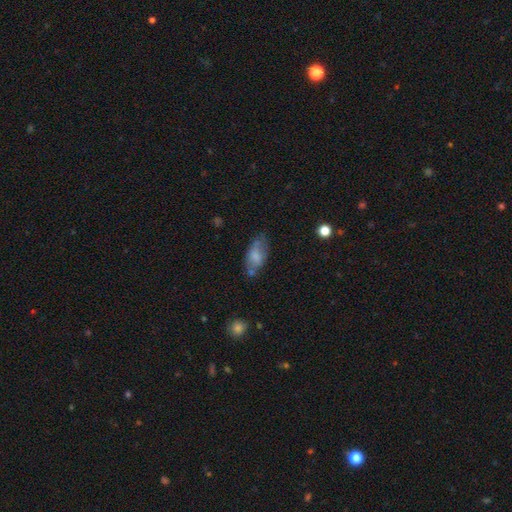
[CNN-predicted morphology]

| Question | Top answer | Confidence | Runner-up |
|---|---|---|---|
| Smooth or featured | smooth | 68% | featured or disk (24%) |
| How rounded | in between | 89% | cigar-shaped (7%) |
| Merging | none | 50% | minor disturbance (29%) |